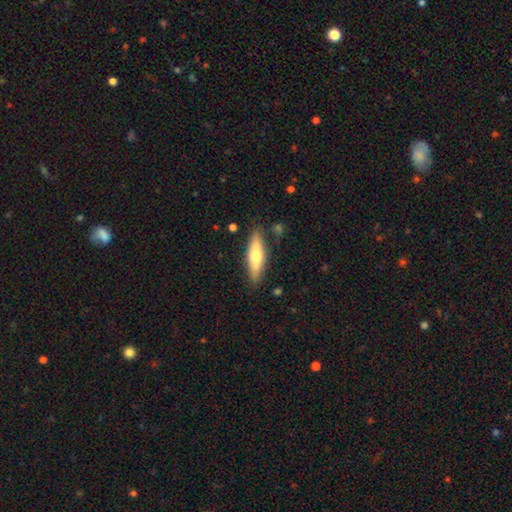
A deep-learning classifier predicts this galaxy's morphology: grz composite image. It shows a smooth galaxy with no disk features (58%) that is cigar-shaped (60%). Merging: none (83%).